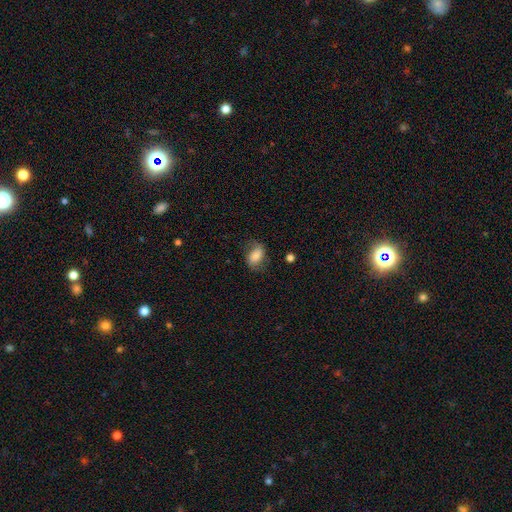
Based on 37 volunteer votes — Volunteers were most divided on "how rounded": in between: 72%, round: 24%, cigar-shaped: 3%. More confident: smooth or featured — smooth (78%); merging — none (71%).